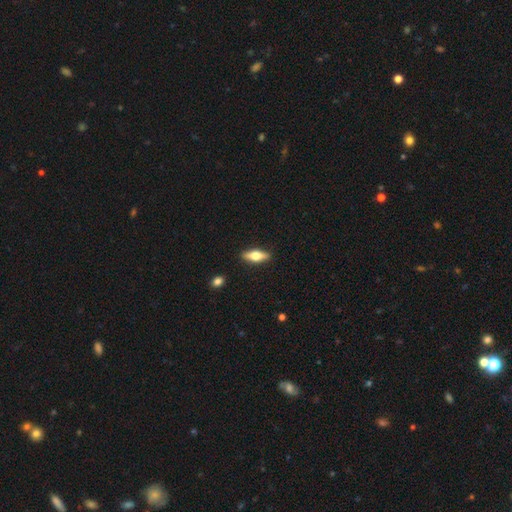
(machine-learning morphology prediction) Overall: smooth (48%; featured or disk 46%). Merging: none (89%).